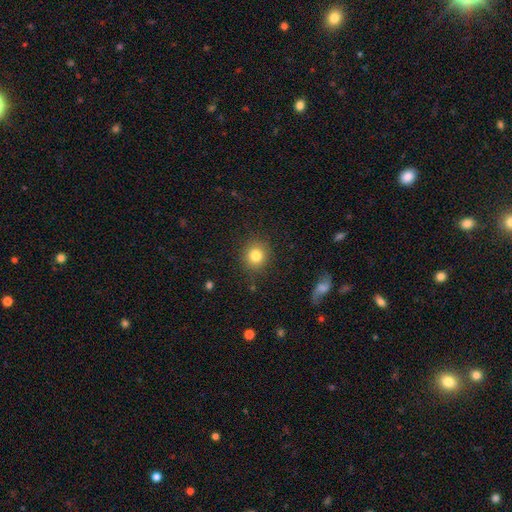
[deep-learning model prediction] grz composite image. It shows a smooth galaxy with no disk features (82%) that is round (87%). Merging: none (88%).